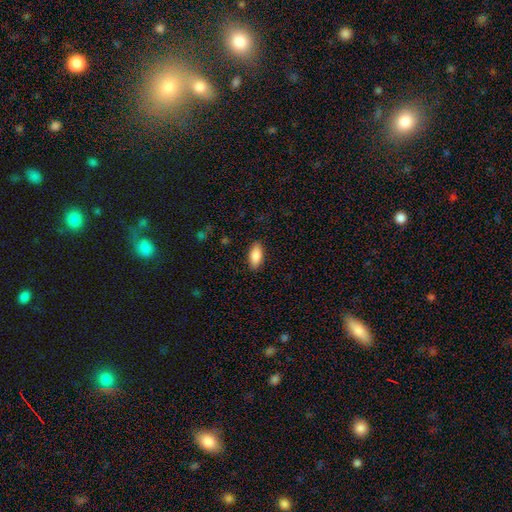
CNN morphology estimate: Overall: smooth (87%). How rounded: in between (84%). Merging: none (88%).